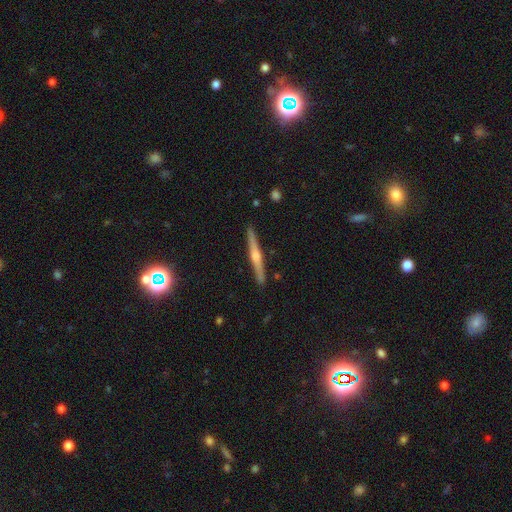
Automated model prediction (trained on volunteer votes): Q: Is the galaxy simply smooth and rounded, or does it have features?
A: featured or disk — 76%.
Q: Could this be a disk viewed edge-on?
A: yes — 98%.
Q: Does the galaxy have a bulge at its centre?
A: rounded — 81%.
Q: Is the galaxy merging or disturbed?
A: none — 92%.